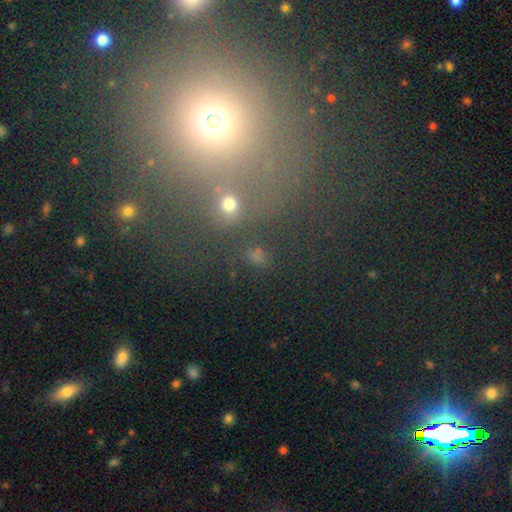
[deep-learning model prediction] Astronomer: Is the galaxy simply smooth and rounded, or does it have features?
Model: smooth — 50% (runner-up: star or artifact, 39%).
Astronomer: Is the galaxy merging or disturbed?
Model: none — 71%.